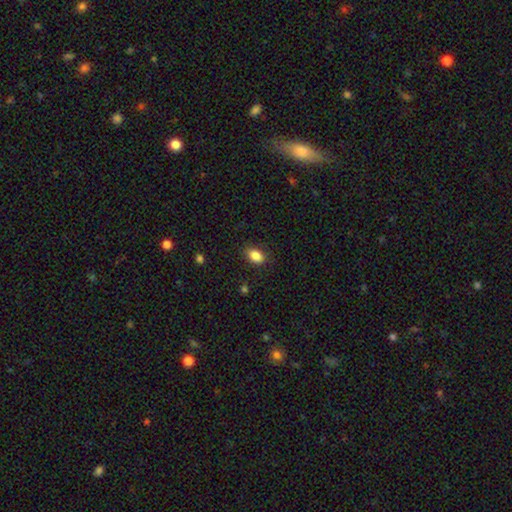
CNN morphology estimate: smooth 87%, star or artifact 9%, featured or disk 4%. Down the decision tree: how rounded — in between (84%); merging — none (85%).